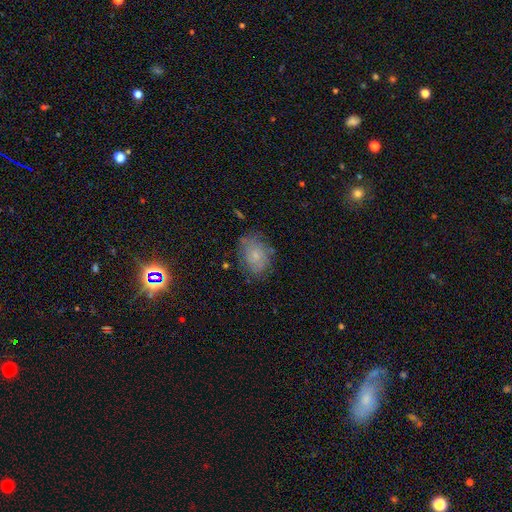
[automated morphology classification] The model was most divided on "smooth or featured": smooth: 59%, featured or disk: 29%, star or artifact: 11%. More confident: how rounded — in between (69%); merging — none (67%).